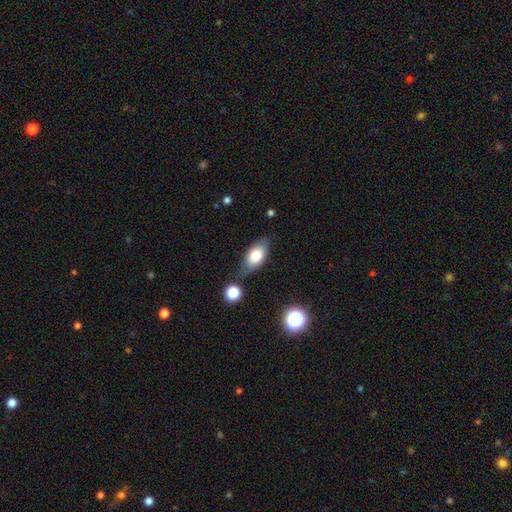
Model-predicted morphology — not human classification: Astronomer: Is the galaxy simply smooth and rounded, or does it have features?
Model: smooth — 73%.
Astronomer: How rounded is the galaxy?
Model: in between — 87%.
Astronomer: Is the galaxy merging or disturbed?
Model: none — 68%.